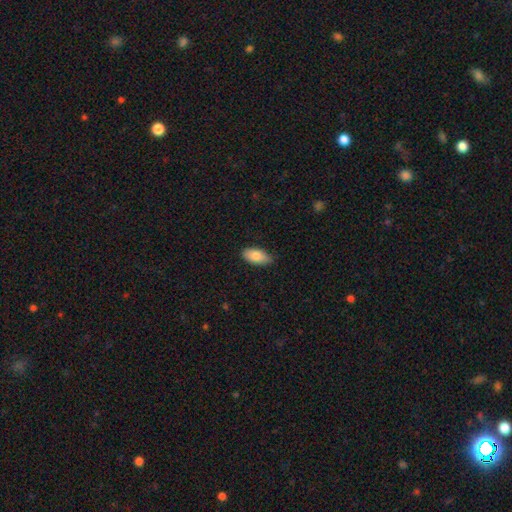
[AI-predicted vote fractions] Smooth or featured: smooth — 83% (featured or disk — 10%)
How rounded: in between — 91% (cigar-shaped — 7%)
Merging: none — 81% (minor disturbance — 16%)